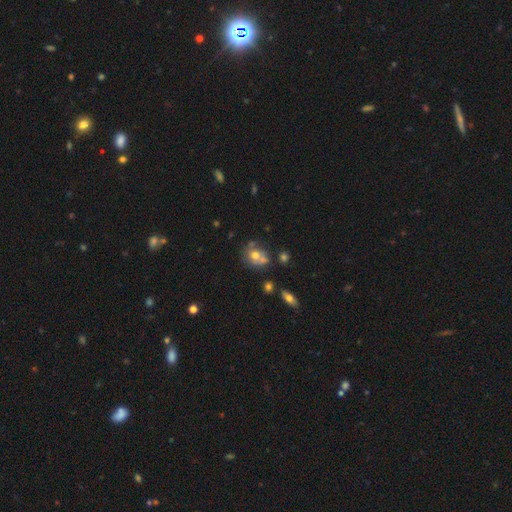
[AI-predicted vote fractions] Overall: smooth (61%; featured or disk 26%). How rounded: round (67%; in between 32%). Merging: none (43%; merger 32%).